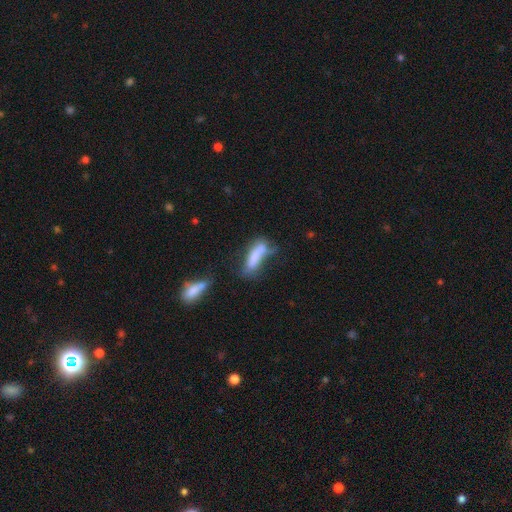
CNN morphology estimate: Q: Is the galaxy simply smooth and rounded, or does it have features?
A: smooth — 69%.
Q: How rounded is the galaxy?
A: cigar-shaped — 55%.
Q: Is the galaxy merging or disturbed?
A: none — 30%.